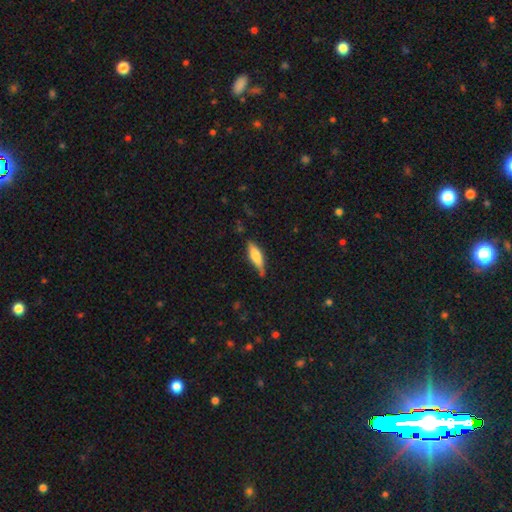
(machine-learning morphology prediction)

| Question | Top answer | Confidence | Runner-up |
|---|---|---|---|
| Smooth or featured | smooth | 59% | featured or disk (35%) |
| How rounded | cigar-shaped | 55% | in between (43%) |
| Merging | none | 69% | minor disturbance (24%) |